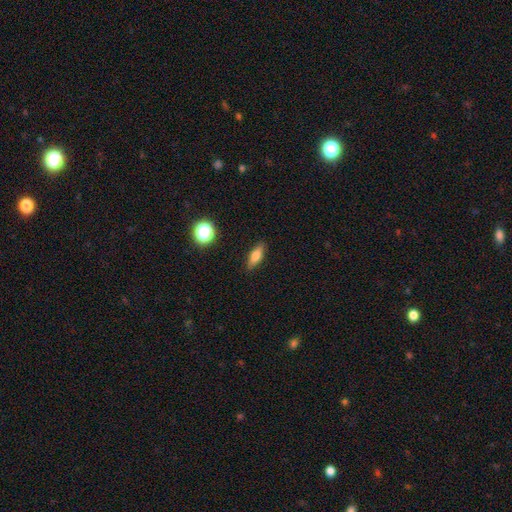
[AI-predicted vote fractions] A smooth galaxy with no disk features (73%) that is in between round and cigar-shaped (61%).

Vote fractions:
- Smooth or featured? smooth: 73% / featured or disk: 18% / star or artifact: 9%
- How rounded? in between: 61% / cigar-shaped: 34% / round: 5%
- Merging? none: 87% / minor disturbance: 10% / major disturbance: 2% / merger: 1%